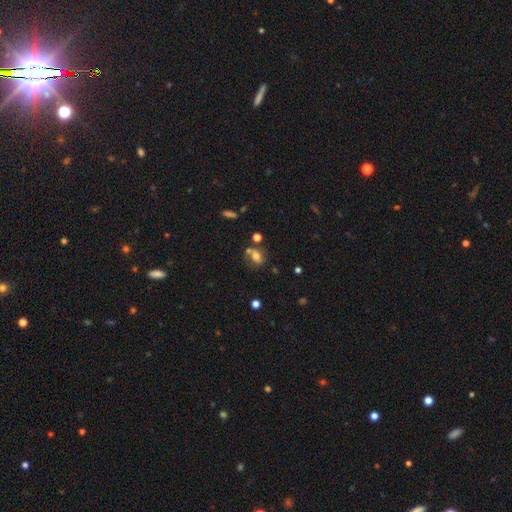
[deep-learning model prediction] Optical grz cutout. It shows a smooth galaxy with no disk features (64%) that is in between round and cigar-shaped (67%). Merging: none (48%).